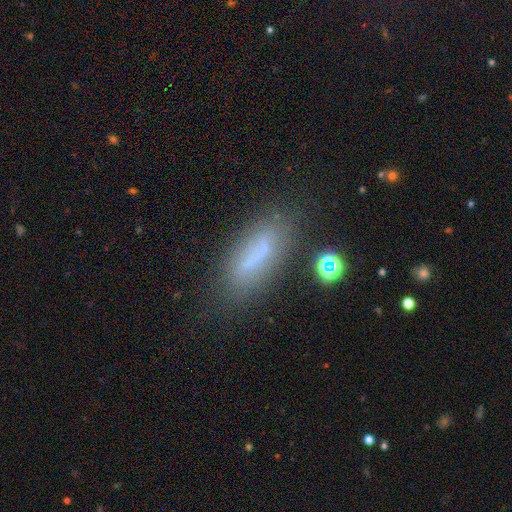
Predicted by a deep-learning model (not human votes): Smooth or featured: smooth — 59% (featured or disk — 29%)
How rounded: in between — 52% (cigar-shaped — 45%)
Merging: none — 68% (minor disturbance — 19%)